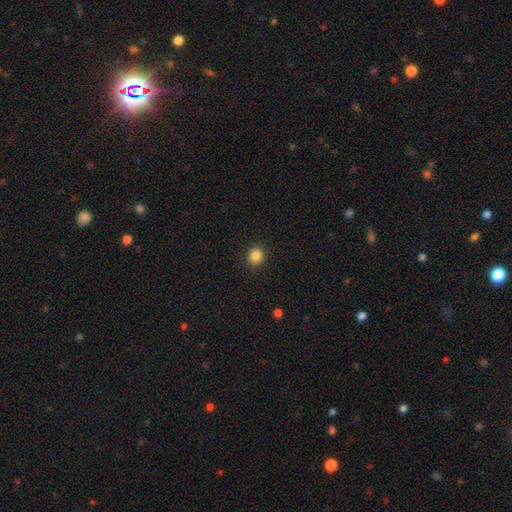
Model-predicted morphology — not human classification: smooth 85%, star or artifact 11%, featured or disk 4%. Down the decision tree: how rounded — round (85%); merging — none (91%).